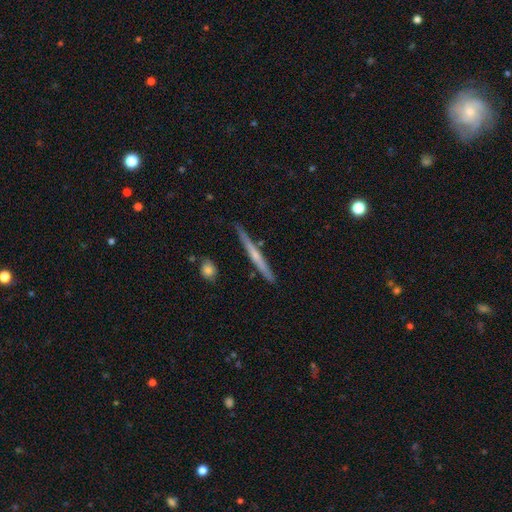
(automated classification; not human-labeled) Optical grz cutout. It shows a featured or disk galaxy (59%) viewed edge-on (97%) with no central bulge (55%). Merging: none (86%).